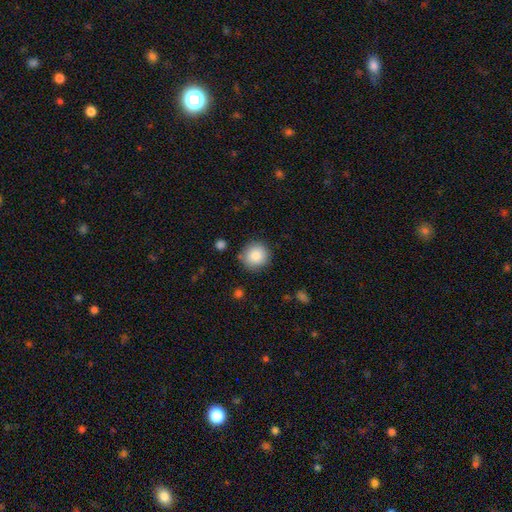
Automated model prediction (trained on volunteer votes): The model was most divided on "merging": none: 85%, minor disturbance: 10%, major disturbance: 3%, merger: 2%. More confident: how rounded — round (93%); smooth or featured — smooth (85%).